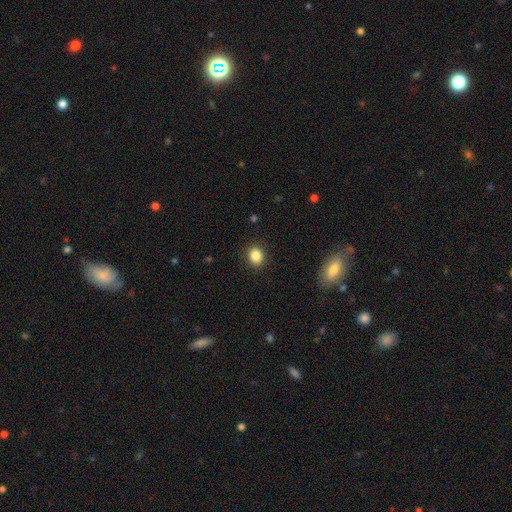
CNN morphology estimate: Smooth or featured? Predicted: smooth (p=0.86). How rounded? Predicted: round (p=0.60). Merging? Predicted: none (p=0.88).